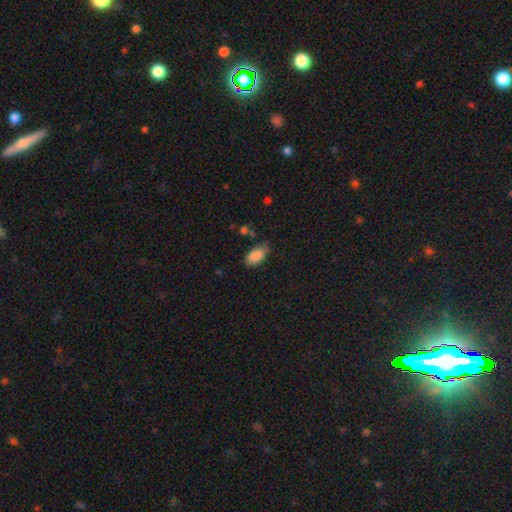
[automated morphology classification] Smooth or featured? smooth (87%)
How rounded? in between (93%)
Merging? none (64%)